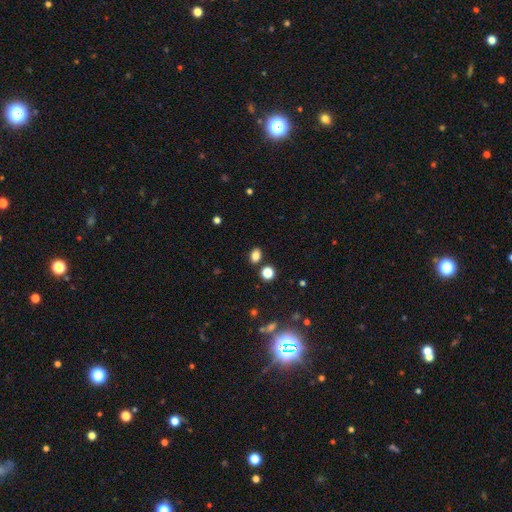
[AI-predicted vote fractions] smooth 81%, star or artifact 13%, featured or disk 5%. Down the decision tree: how rounded — in between (70%); merging — none (83%).